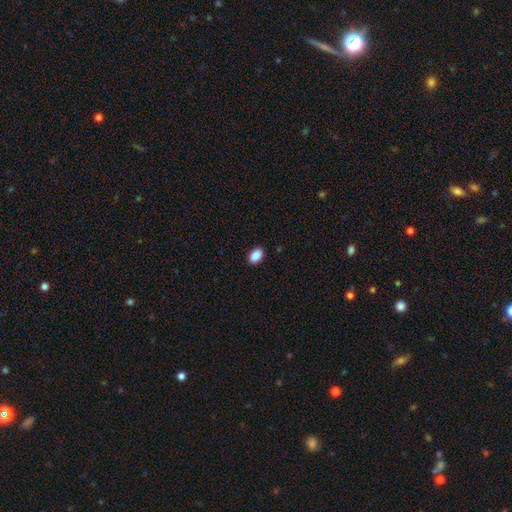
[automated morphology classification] type=smooth (90%); roundness=in between (87%); merging=none (90%).